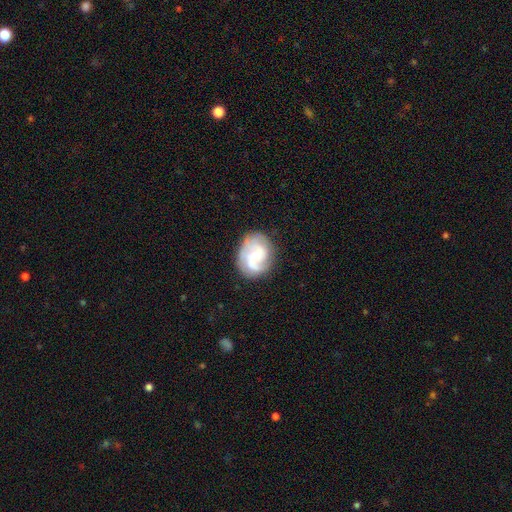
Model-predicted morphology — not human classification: type=featured or disk (74%); edge-on=no (98%); bar=no (62%); spiral arms=yes (90%); winding=tight (43%); arm count=2 (45%); bulge=moderate (53%); merging=none (72%).